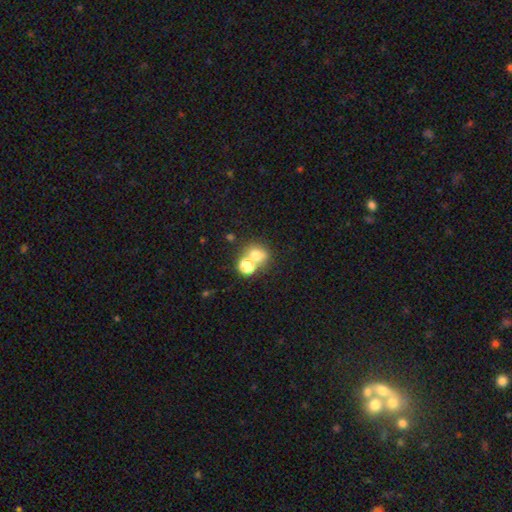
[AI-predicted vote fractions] smooth 68%, star or artifact 19%, featured or disk 13%. Down the decision tree: how rounded — round (65%); merging — none (45%).